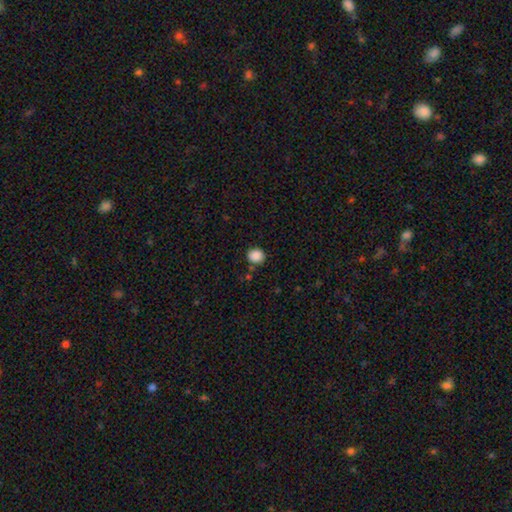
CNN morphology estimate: Smooth or featured? smooth (87%)
How rounded? round (83%)
Merging? none (82%)